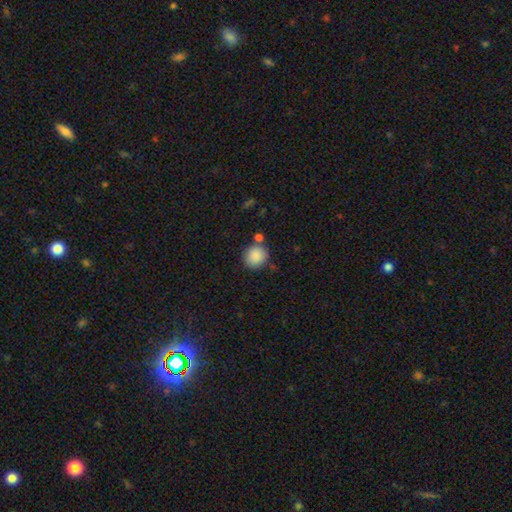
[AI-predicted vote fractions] Q: Smooth or featured?
A: smooth (88%); runner-up: star or artifact (8%)
Q: How rounded?
A: round (86%); runner-up: in between (13%)
Q: Merging?
A: none (73%); runner-up: minor disturbance (12%)